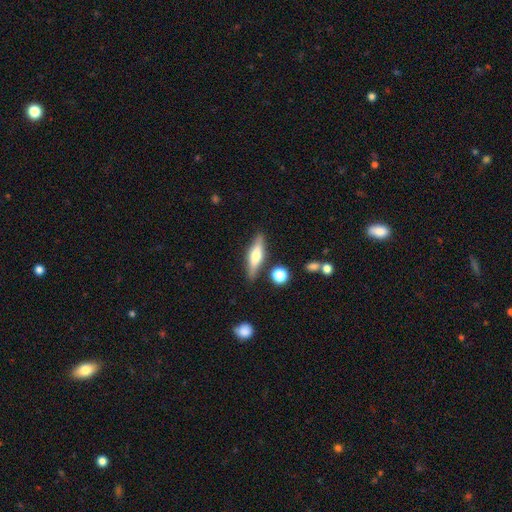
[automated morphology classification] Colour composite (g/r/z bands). It shows a featured or disk galaxy (50%) viewed edge-on (93%). Merging: none (83%).